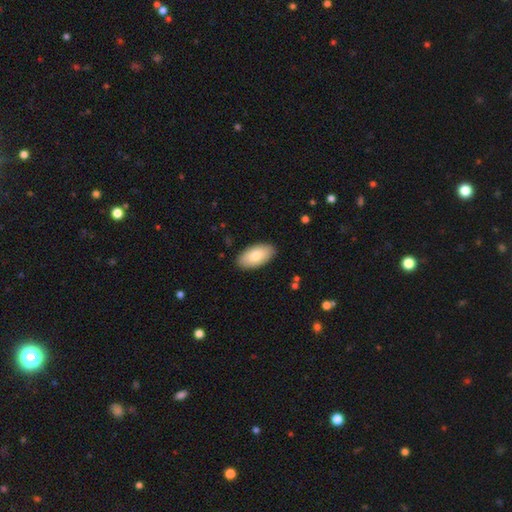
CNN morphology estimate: smooth 80%, featured or disk 15%, star or artifact 6%. Down the decision tree: how rounded — in between (95%); merging — none (88%).